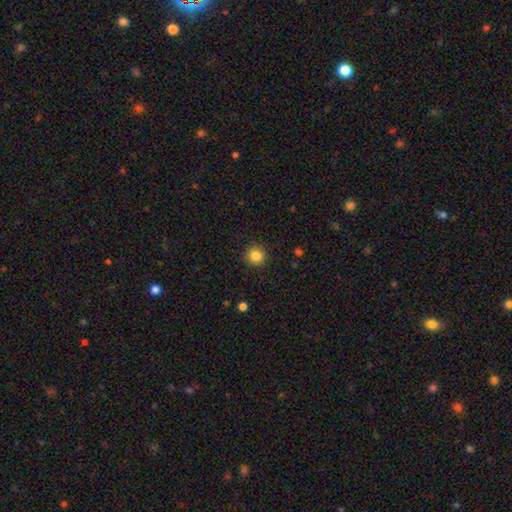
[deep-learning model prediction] Morphology: type=smooth (85%); roundness=round (91%); merging=none (90%).